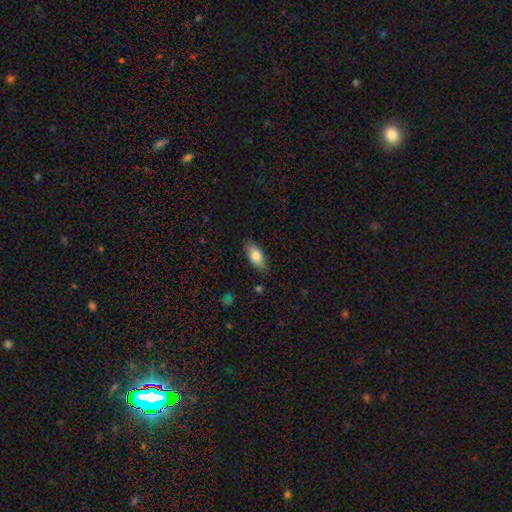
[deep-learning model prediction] A smooth galaxy with no disk features (78%) that is in between round and cigar-shaped (85%). Merging: none (84%).